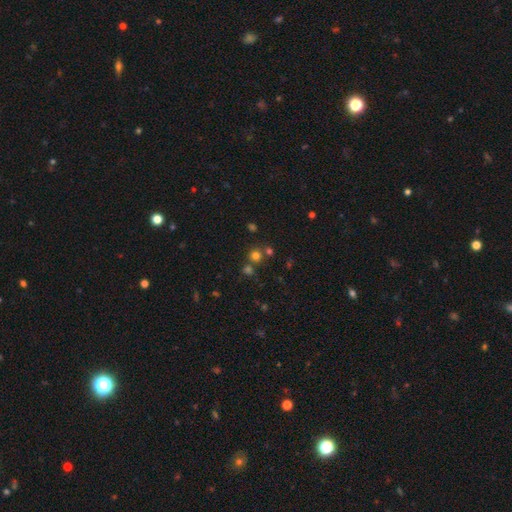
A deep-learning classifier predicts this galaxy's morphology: A smooth galaxy with no disk features (67%) that is round (92%).

Vote fractions:
- Smooth or featured? smooth: 67% / star or artifact: 26% / featured or disk: 7%
- How rounded? round: 92% / in between: 7% / cigar-shaped: 1%
- Merging? none: 71% / merger: 19% / minor disturbance: 7% / major disturbance: 3%